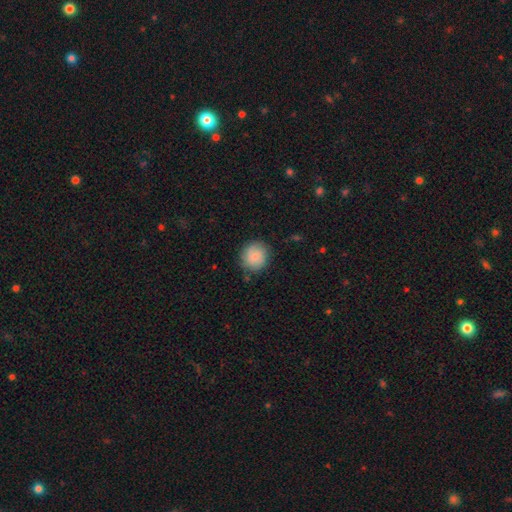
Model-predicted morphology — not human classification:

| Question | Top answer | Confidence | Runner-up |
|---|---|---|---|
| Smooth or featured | smooth | 86% | featured or disk (7%) |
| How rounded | round | 90% | in between (9%) |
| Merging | none | 84% | minor disturbance (11%) |